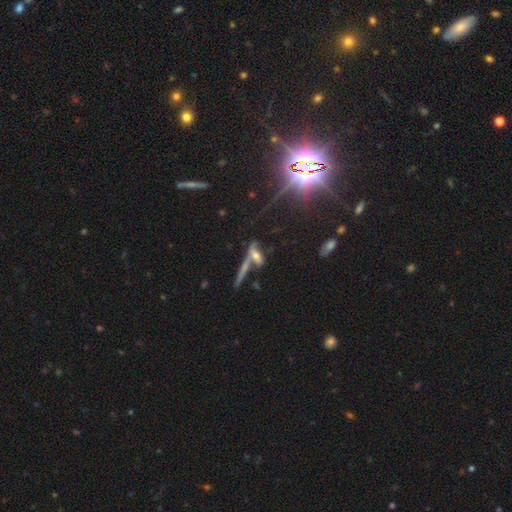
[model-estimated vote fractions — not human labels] A featured or disk galaxy (42%, tied with smooth).

Vote fractions:
- Smooth or featured? featured or disk: 42% (tied) / smooth: 42% (tied) / star or artifact: 16%
- Merging? none: 40% / merger: 37% / minor disturbance: 13% / major disturbance: 10%